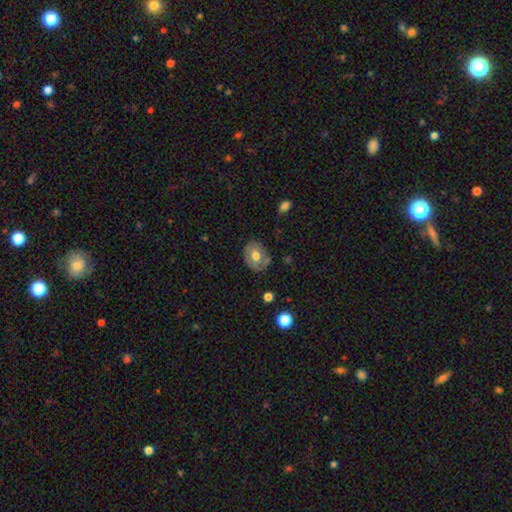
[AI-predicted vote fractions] Morphology: type=smooth (65%); roundness=in between (53%); merging=none (73%).